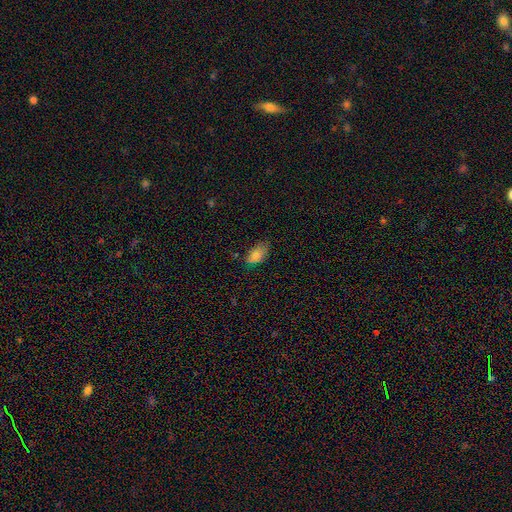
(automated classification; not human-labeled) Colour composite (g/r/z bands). It shows a smooth galaxy with no disk features (80%) that is in between round and cigar-shaped (90%). Merging: none (63%).